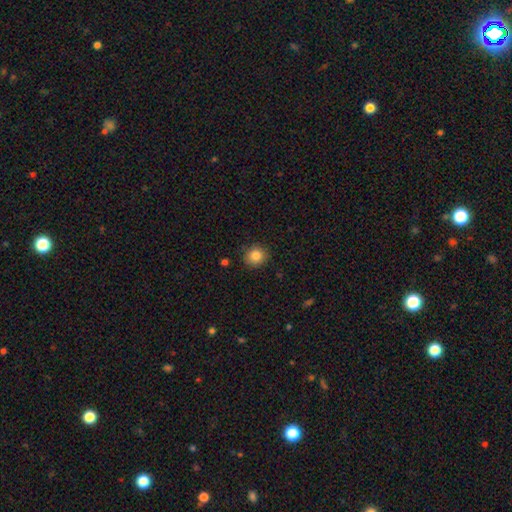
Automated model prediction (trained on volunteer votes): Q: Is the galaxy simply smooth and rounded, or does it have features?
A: smooth — 84%.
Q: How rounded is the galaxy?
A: round — 87%.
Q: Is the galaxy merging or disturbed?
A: none — 88%.